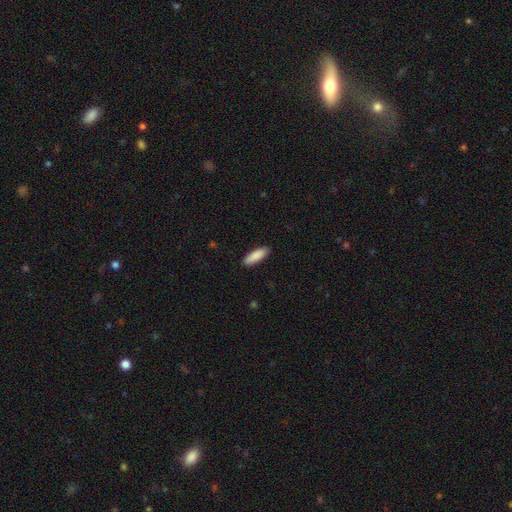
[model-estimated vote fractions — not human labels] This appears to be a smooth galaxy with no disk features (90%) that is in between round and cigar-shaped (54%). Merging: none (90%).